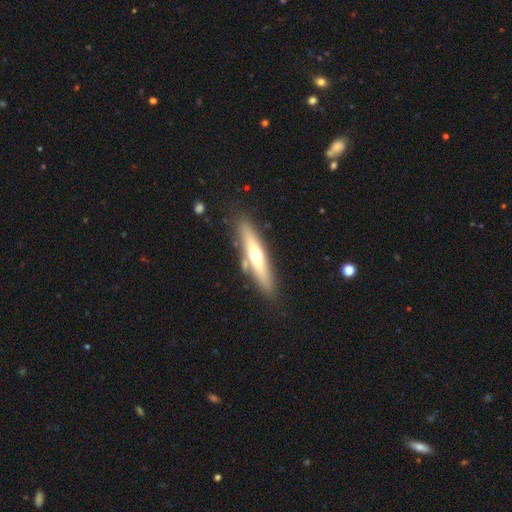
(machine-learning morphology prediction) The model was most divided on "smooth or featured": featured or disk: 51%, smooth: 43%, star or artifact: 6%. More confident: edge-on disk — yes (87%); merging — none (79%).